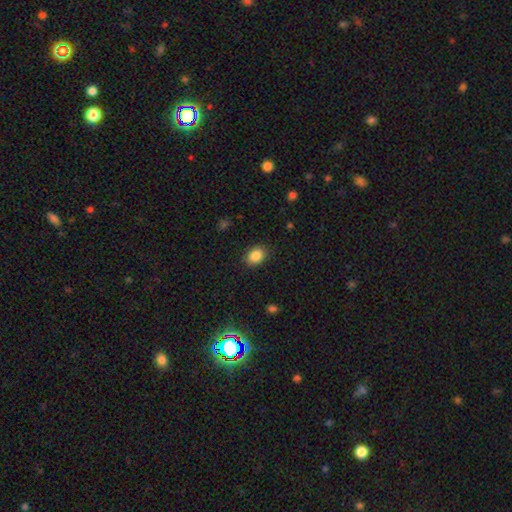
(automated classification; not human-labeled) The model was most divided on "how rounded": in between: 69%, round: 30%, cigar-shaped: 1%. More confident: smooth or featured — smooth (87%); merging — none (86%).